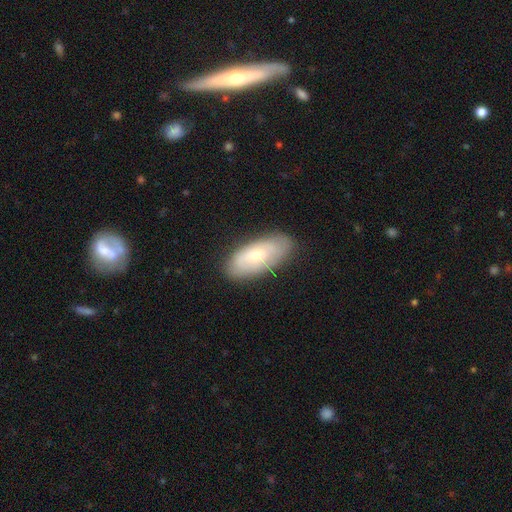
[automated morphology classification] type=smooth (62%); roundness=in between (85%); merging=none (80%).